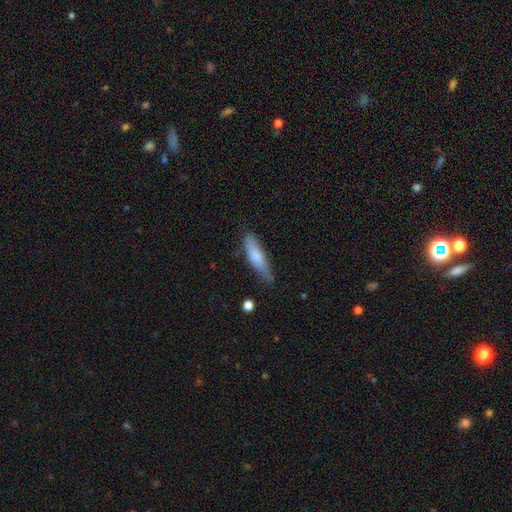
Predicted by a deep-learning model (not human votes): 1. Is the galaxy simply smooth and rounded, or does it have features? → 73% smooth, 21% featured or disk, 6% star or artifact.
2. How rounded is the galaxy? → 66% cigar-shaped, 33% in between, 2% round.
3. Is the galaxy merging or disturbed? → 61% none, 29% minor disturbance, 7% major disturbance, 3% merger.